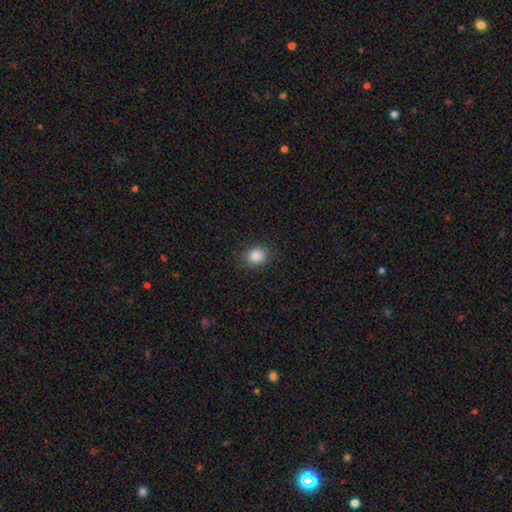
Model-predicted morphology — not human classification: smooth-or-featured: smooth: 86% | star or artifact: 10% | featured or disk: 4%
  how-rounded: round: 65% | in between: 34% | cigar-shaped: 1%
  merging: none: 86% | minor disturbance: 10% | major disturbance: 3% | merger: 1%